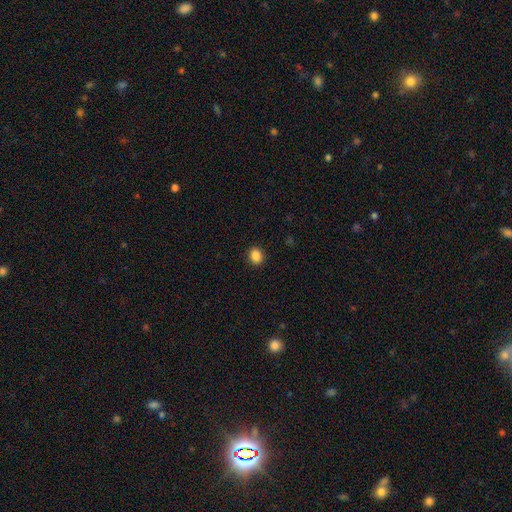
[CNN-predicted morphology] smooth 87%, star or artifact 10%, featured or disk 3%. Down the decision tree: how rounded — round (66%); merging — none (92%).